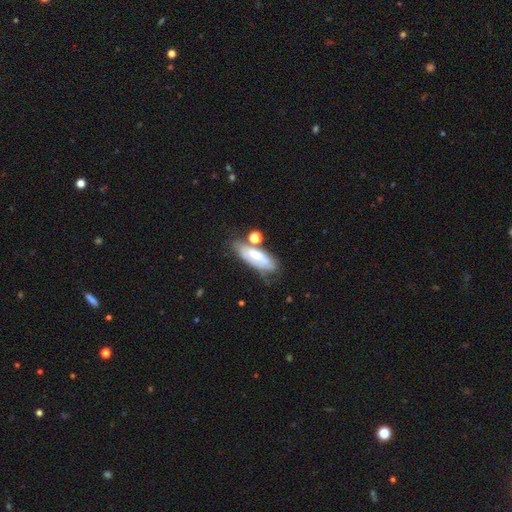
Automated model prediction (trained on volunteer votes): This is possibly a smooth galaxy (51%). How rounded: likely in between (65%). Merging: marginally none (45%).